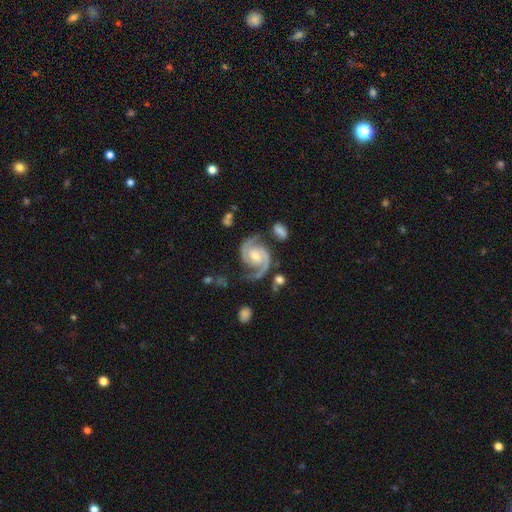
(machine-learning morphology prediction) This appears to be a featured or disk galaxy (93%) with no bar (55%), 2 (93%) medium (52%) spiral arms (99%) and a moderate central bulge (54%). Merging: none (71%).